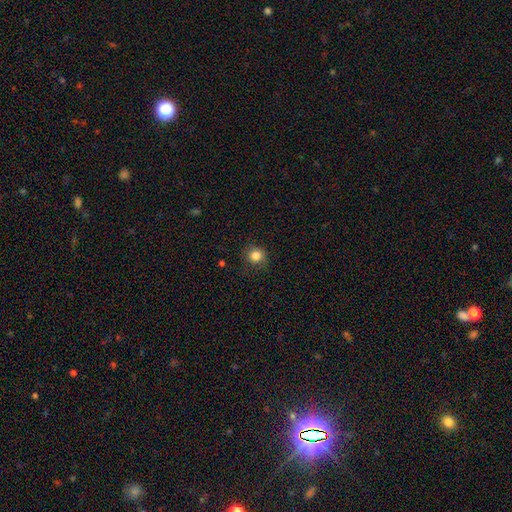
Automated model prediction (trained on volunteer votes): Smooth or featured? Predicted: smooth (p=0.83). How rounded? Predicted: round (p=0.89). Merging? Predicted: none (p=0.84).